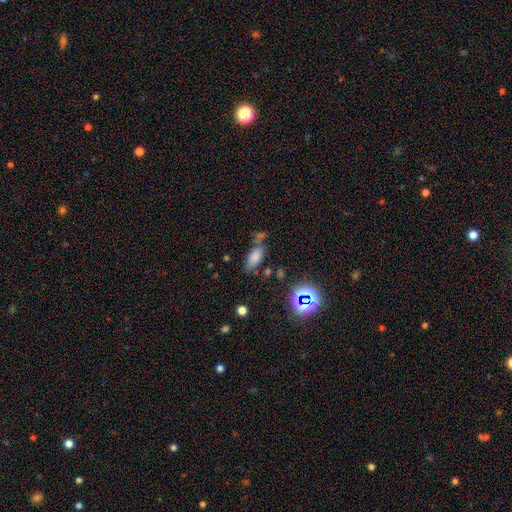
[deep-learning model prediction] This appears to be a smooth galaxy with no disk features (73%) that is in between round and cigar-shaped (79%). Merging: none (55%).